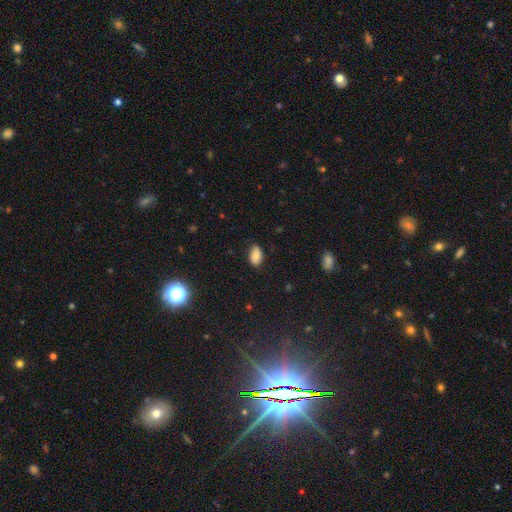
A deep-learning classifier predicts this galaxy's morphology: smooth_or_featured: smooth (p=0.82) [alt: star or artifact p=0.10]
how_rounded: in between (p=0.92) [alt: round p=0.06]
merging: none (p=0.78) [alt: minor disturbance p=0.17]